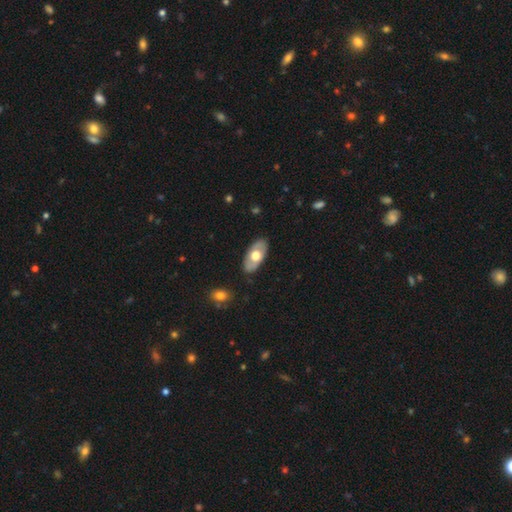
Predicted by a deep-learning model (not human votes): Overall: smooth (51%; featured or disk 44%). How rounded: in between (92%). Merging: none (85%).